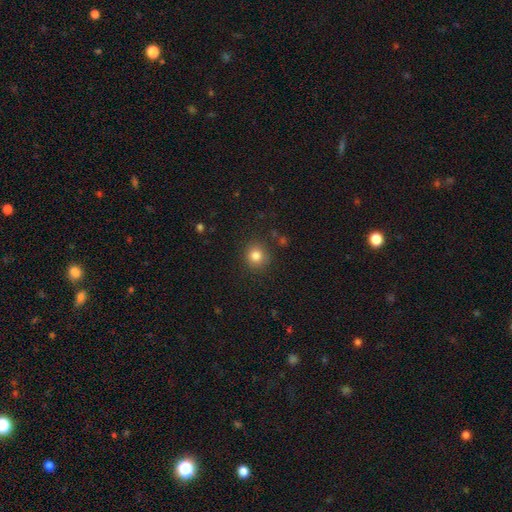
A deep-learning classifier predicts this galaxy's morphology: Smooth or featured? Predicted: smooth (p=0.82). How rounded? Predicted: round (p=0.90). Merging? Predicted: none (p=0.87).